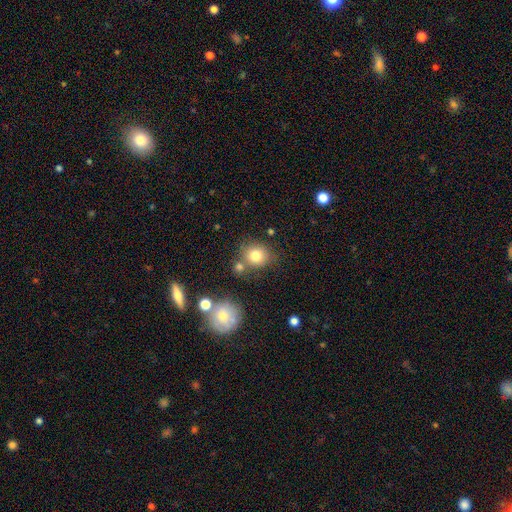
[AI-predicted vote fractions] Smooth or featured? Predicted: smooth (p=0.78). How rounded? Predicted: round (p=0.79). Merging? Predicted: none (p=0.66).